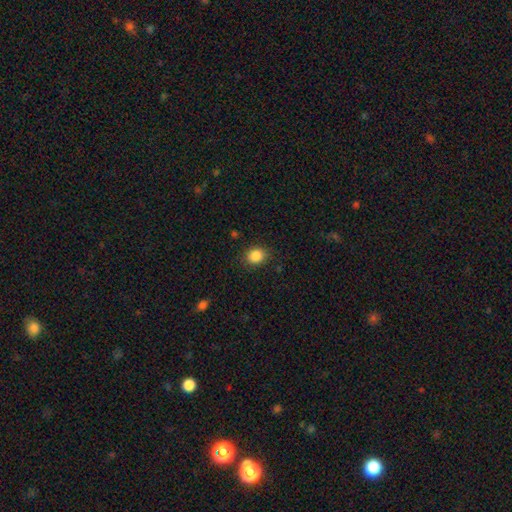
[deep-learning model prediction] The model was most divided on "how rounded": round: 65%, in between: 34%, cigar-shaped: 1%. More confident: smooth or featured — smooth (87%); merging — none (85%).